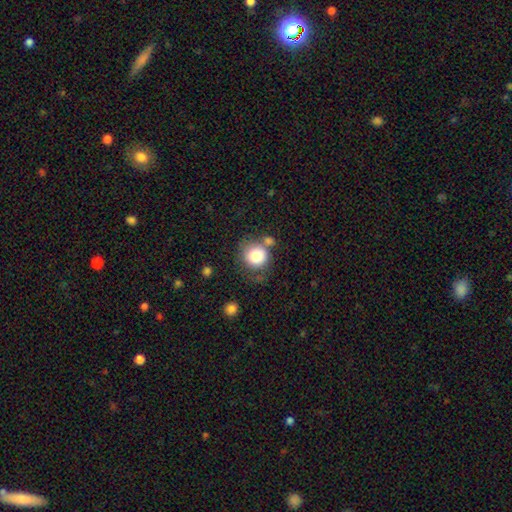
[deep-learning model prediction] This is clearly a smooth galaxy (82%). How rounded: clearly round (88%). Merging: possibly none (60%).